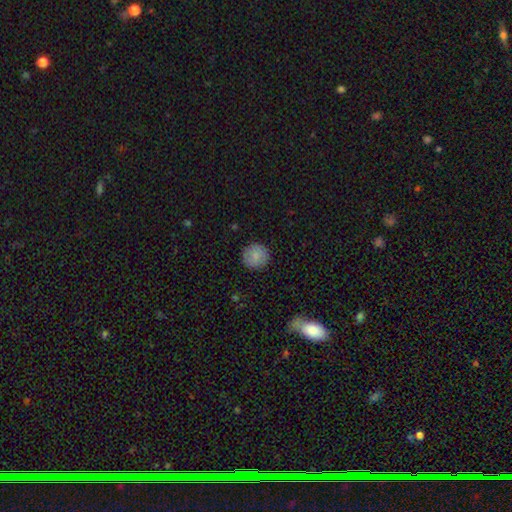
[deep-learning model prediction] This appears to be a smooth galaxy with no disk features (84%) that is round (94%). Merging: none (90%).